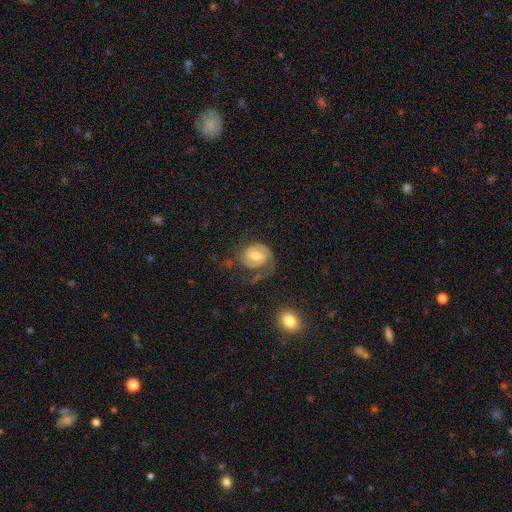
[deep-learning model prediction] This appears to be a featured or disk galaxy (69%) with a weak bar (53%), 2 (67%) medium (43%) spiral arms (89%) and a moderate central bulge (57%). Merging: none (46%).